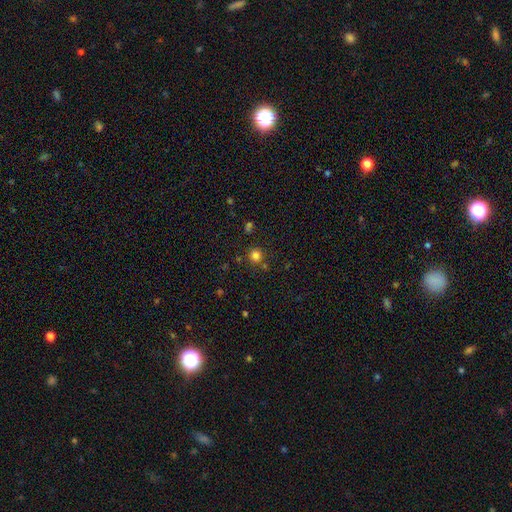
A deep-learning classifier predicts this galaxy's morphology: Overall: smooth (79%). How rounded: round (93%). Merging: none (82%).